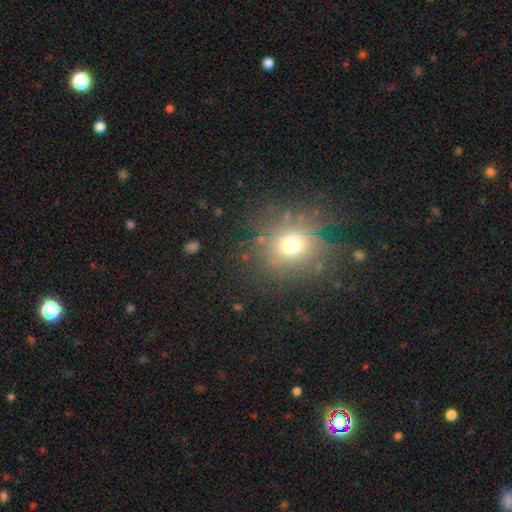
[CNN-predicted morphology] smooth 54%, star or artifact 31%, featured or disk 15%. Down the decision tree: how rounded — round (86%); merging — none (82%).